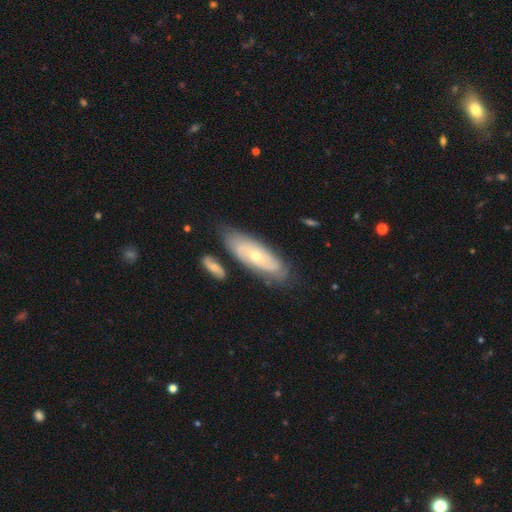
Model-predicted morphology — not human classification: featured or disk 65%, smooth 28%, star or artifact 7%. Down the decision tree: edge-on disk — no (83%); bar — no (80%); spiral arms — yes (74%); bulge size — small (58%); merging — none (72%).